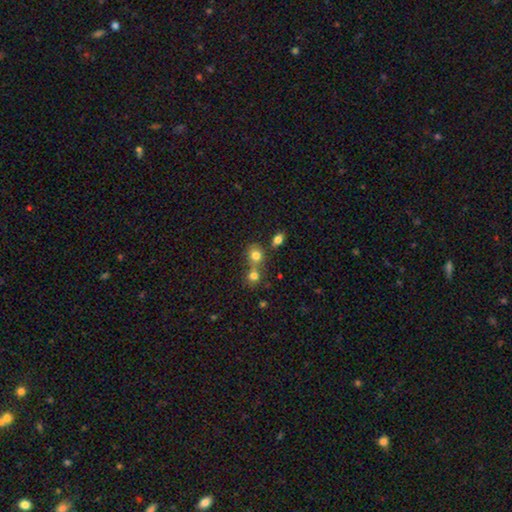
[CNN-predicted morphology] type=smooth (78%); roundness=round (73%); merging=none (45%).